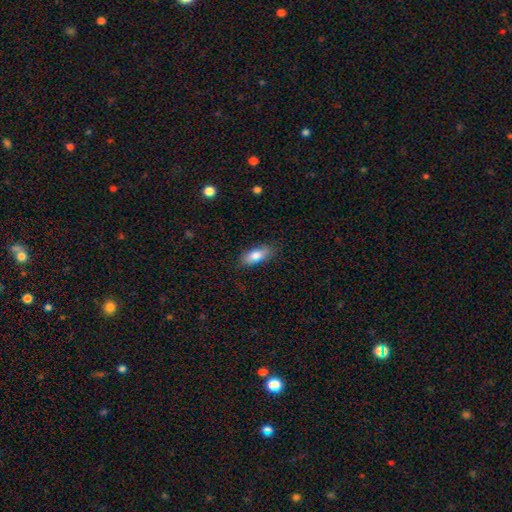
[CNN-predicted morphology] smooth 81%, featured or disk 12%, star or artifact 7%. Down the decision tree: how rounded — in between (79%); merging — none (83%).